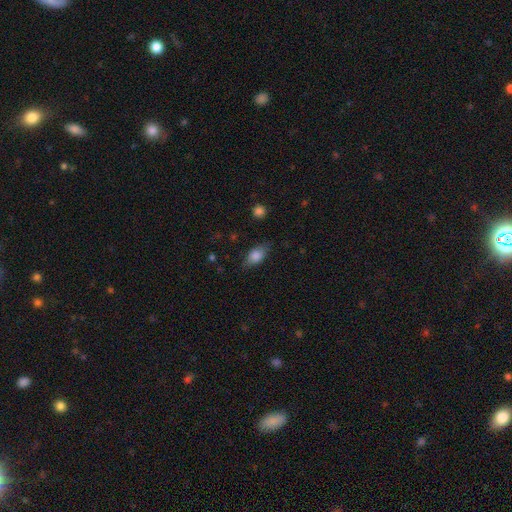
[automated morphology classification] Smooth or featured?
  - smooth: 80% *
  - featured or disk: 12%
  - star or artifact: 8%
How rounded?
  - in between: 85% *
  - round: 8%
  - cigar-shaped: 7%
Merging?
  - none: 77% *
  - minor disturbance: 17%
  - major disturbance: 5%
  - merger: 1%